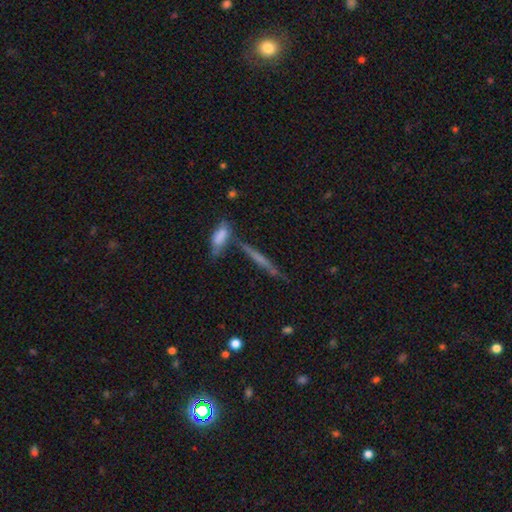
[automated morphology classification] This is possibly a featured or disk galaxy (49%). Merging: likely none (69%).